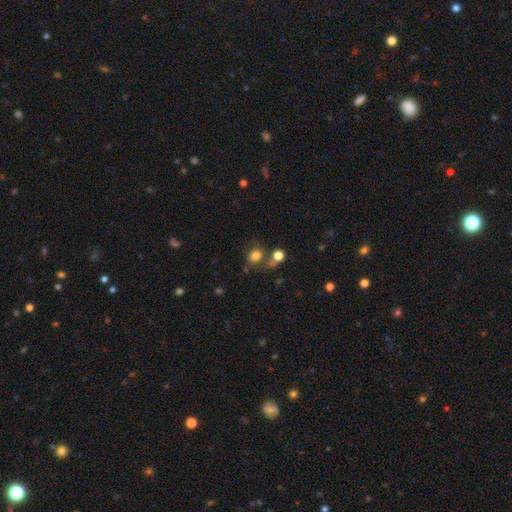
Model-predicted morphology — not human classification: Overall: smooth (75%). How rounded: round (69%; in between 30%). Merging: none (55%; merger 19%).